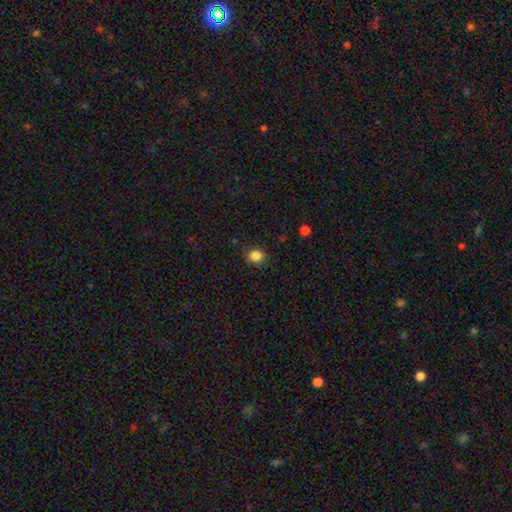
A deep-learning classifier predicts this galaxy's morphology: Smooth or featured? smooth (85%)
How rounded? round (74%)
Merging? none (86%)